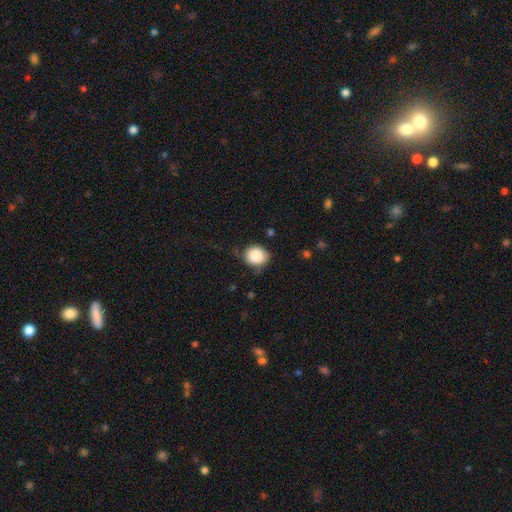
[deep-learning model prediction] Morphology: type=smooth (87%); roundness=round (75%); merging=none (71%).